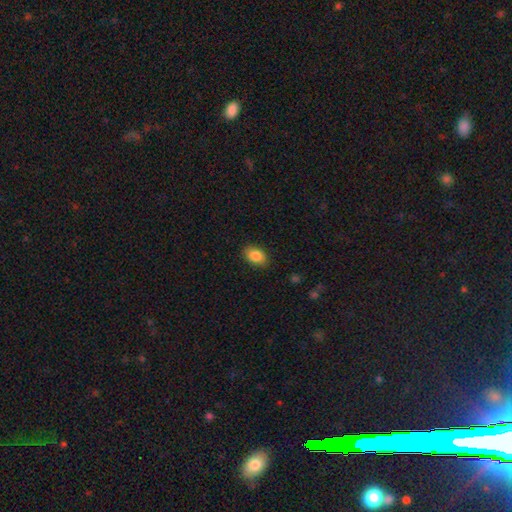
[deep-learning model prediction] Smooth or featured? smooth (87%)
How rounded? in between (83%)
Merging? none (86%)